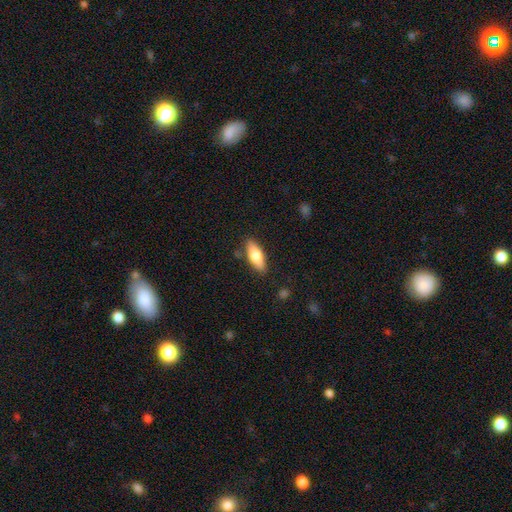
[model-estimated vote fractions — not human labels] A smooth galaxy with no disk features (71%) that is in between round and cigar-shaped (63%). Merging: none (84%).